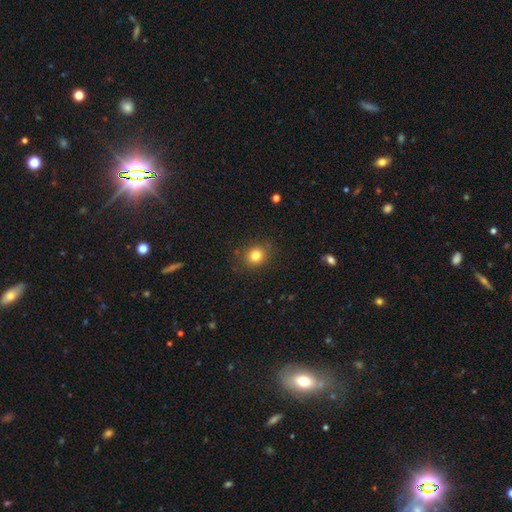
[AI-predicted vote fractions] A smooth galaxy with no disk features (80%) that is round (77%). Merging: none (86%).